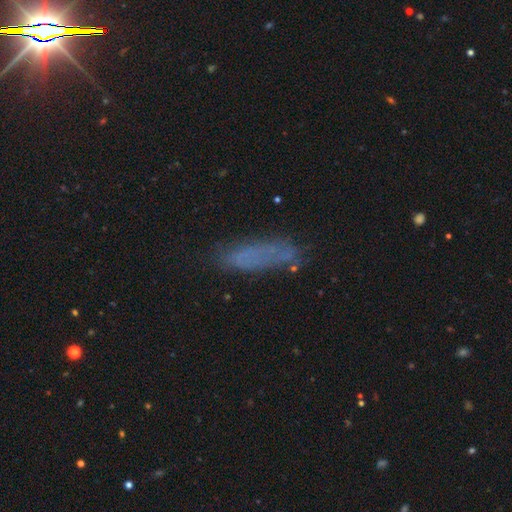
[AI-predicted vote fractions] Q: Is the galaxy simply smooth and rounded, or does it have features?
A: smooth — 60%.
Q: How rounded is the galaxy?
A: cigar-shaped — 60%.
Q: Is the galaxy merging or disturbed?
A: none — 67%.